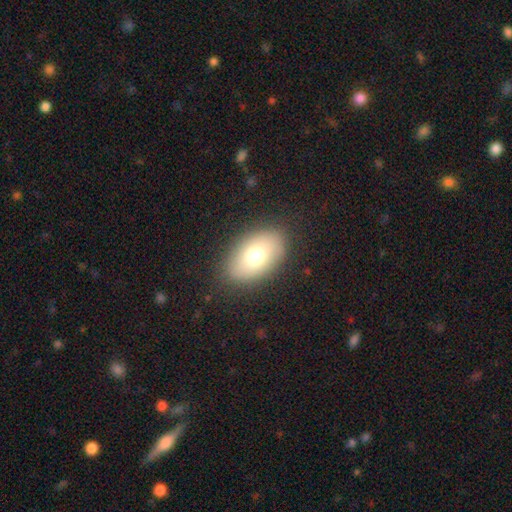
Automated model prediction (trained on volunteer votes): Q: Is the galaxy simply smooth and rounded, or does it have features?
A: smooth — 74%.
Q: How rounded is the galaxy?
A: in between — 91%.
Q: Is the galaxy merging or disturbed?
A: none — 85%.